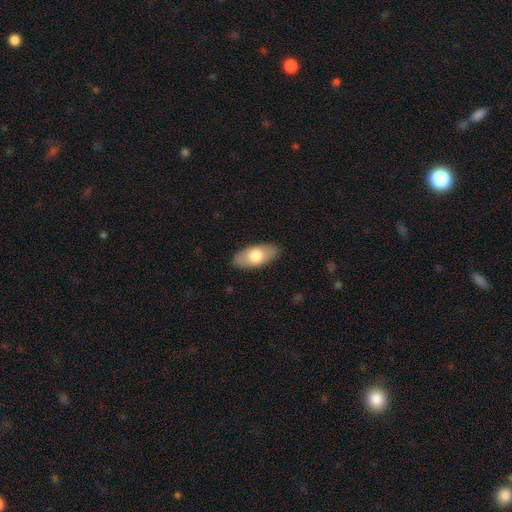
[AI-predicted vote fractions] Q: Smooth or featured?
A: smooth (71%); runner-up: featured or disk (24%)
Q: How rounded?
A: in between (90%); runner-up: cigar-shaped (7%)
Q: Merging?
A: none (86%); runner-up: minor disturbance (10%)